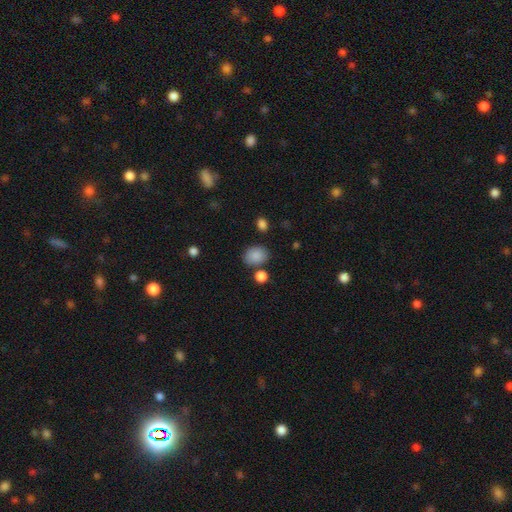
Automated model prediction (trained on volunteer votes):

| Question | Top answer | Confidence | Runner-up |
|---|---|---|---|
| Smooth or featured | smooth | 87% | star or artifact (9%) |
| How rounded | in between | 61% | round (38%) |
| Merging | none | 75% | minor disturbance (12%) |